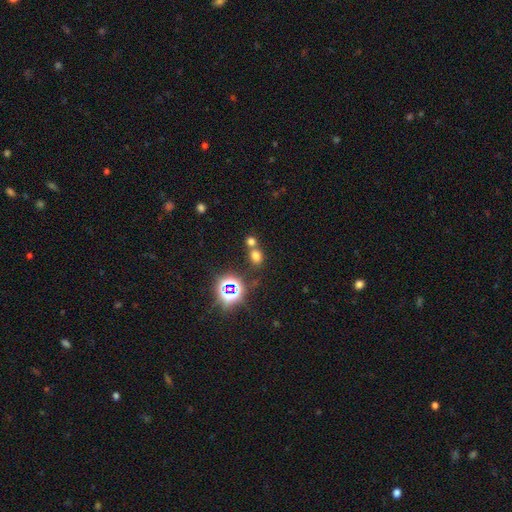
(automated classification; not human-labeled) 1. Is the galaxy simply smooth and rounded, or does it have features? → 64% smooth, 28% star or artifact, 8% featured or disk.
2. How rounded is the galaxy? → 59% round, 40% in between, 1% cigar-shaped.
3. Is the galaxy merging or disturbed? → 52% none, 37% merger, 8% minor disturbance, 3% major disturbance.